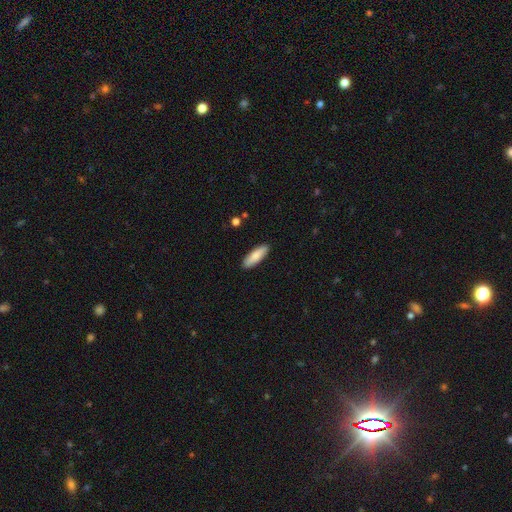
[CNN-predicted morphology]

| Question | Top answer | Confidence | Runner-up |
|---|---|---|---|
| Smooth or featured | smooth | 82% | featured or disk (13%) |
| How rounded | in between | 49% | tied: cigar-shaped (49%) |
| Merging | none | 90% | minor disturbance (7%) |